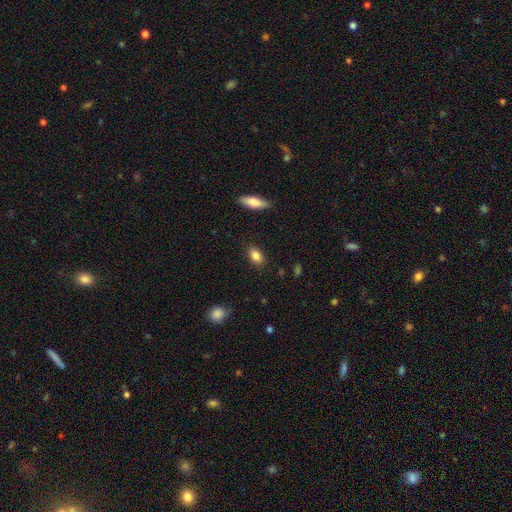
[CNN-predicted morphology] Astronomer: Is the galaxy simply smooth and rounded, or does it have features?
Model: smooth — 86%.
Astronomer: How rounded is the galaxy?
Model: in between — 86%.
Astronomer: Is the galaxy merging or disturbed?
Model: none — 87%.